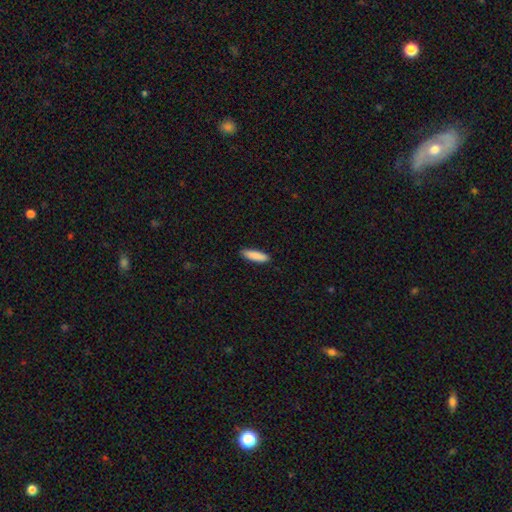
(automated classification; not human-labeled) Overall: smooth (88%). How rounded: cigar-shaped (63%; in between 35%). Merging: none (89%).